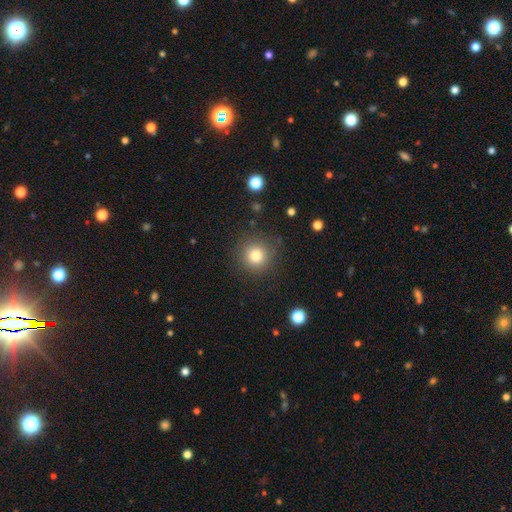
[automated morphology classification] smooth_or_featured: smooth (p=0.80) [alt: star or artifact p=0.12]
how_rounded: round (p=0.94) [alt: in between p=0.05]
merging: none (p=0.86) [alt: minor disturbance p=0.09]